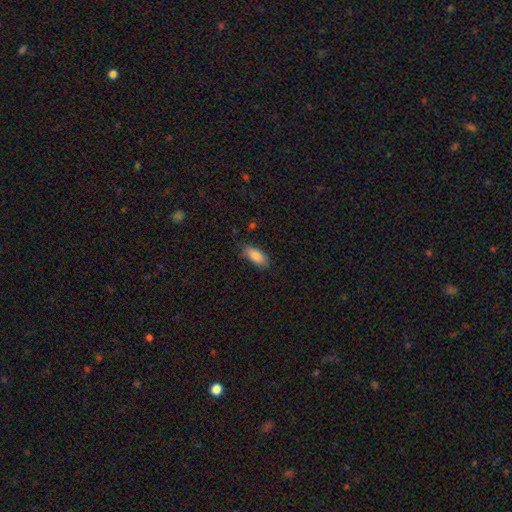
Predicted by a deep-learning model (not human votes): The model was most divided on "merging": none: 76%, minor disturbance: 19%, major disturbance: 4%, merger: 1%. More confident: smooth or featured — smooth (87%); how rounded — in between (85%).